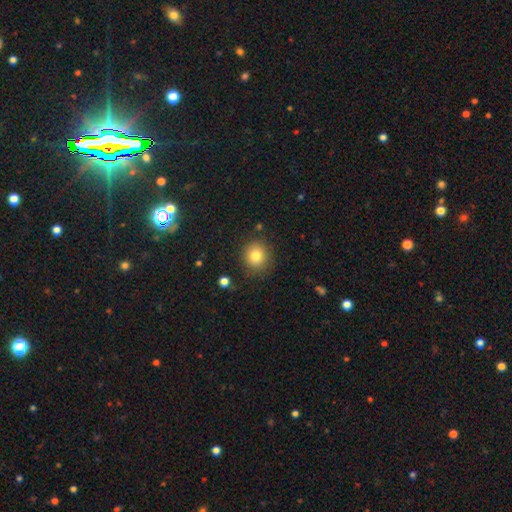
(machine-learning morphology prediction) Smooth or featured: smooth — 80% (star or artifact — 11%)
How rounded: round — 86% (in between — 13%)
Merging: none — 86% (minor disturbance — 9%)